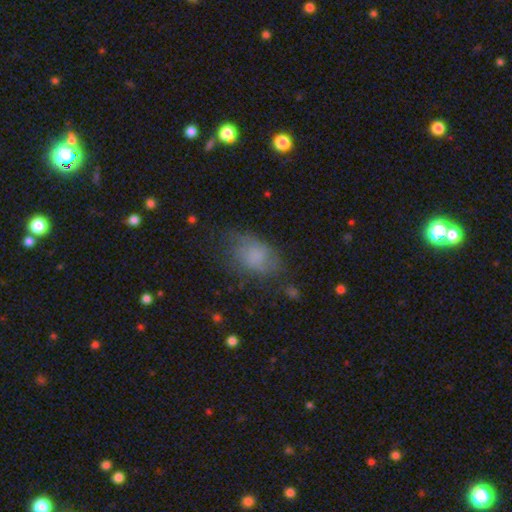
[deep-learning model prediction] smooth-or-featured: smooth: 69% | featured or disk: 20% | star or artifact: 11%
  how-rounded: in between: 83% | round: 16% | cigar-shaped: 2%
  merging: none: 50% | minor disturbance: 30% | major disturbance: 19% | merger: 2%